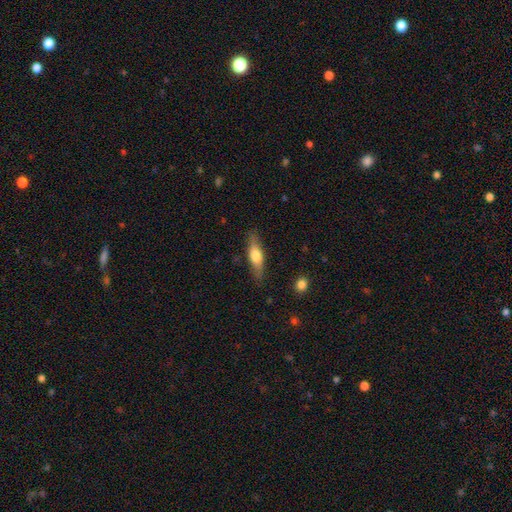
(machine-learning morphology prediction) type=smooth (57%); roundness=cigar-shaped (60%); merging=none (83%).